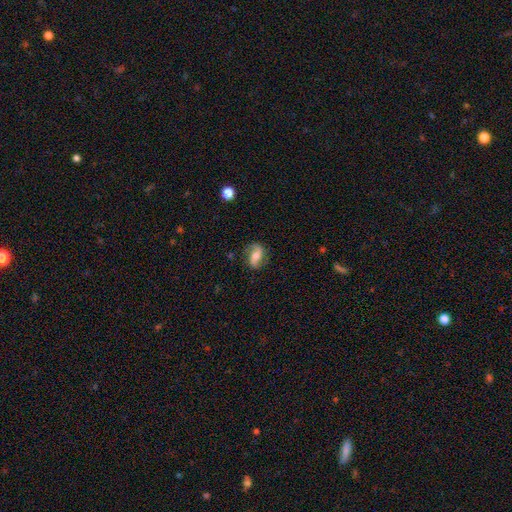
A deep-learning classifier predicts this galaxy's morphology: The model was most divided on "bar": no: 46%, weak: 33%, strong: 21%. More confident: edge-on disk — no (95%); spiral arms — yes (88%); spiral arm count — 2 (87%); merging — none (76%); bulge size — moderate (61%); smooth or featured — featured or disk (60%); spiral winding — loose (55%).